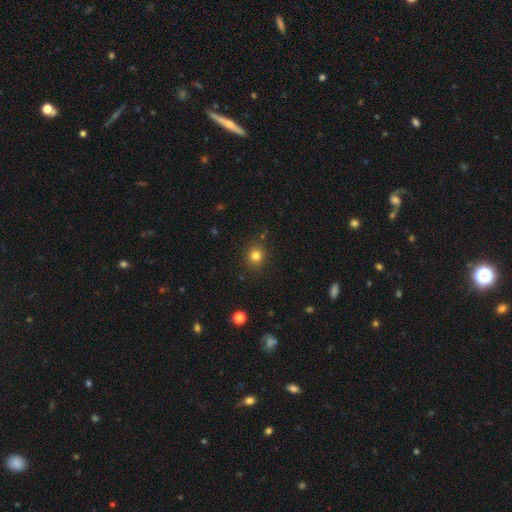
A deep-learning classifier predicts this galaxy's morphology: This is clearly a smooth galaxy (81%). How rounded: clearly round (87%). Merging: clearly none (88%).